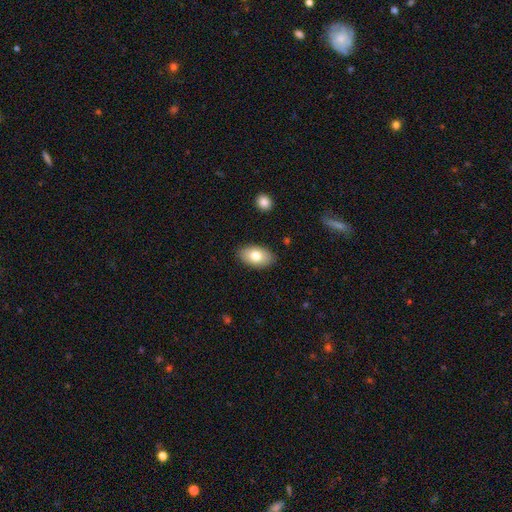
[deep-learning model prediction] smooth_or_featured: smooth (p=0.77) [alt: featured or disk p=0.16]
how_rounded: in between (p=0.93) [alt: round p=0.06]
merging: none (p=0.87) [alt: minor disturbance p=0.10]